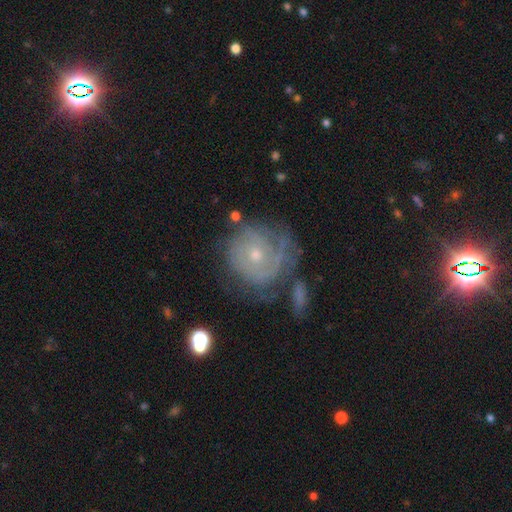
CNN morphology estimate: Smooth or featured? featured or disk (74%)
Edge-on disk? no (97%)
Bar? no (81%)
Spiral arms? yes (84%)
Spiral winding? tight (73%)
Spiral arm count? can't tell (49%)
Bulge size? small (55%)
Merging? none (59%)